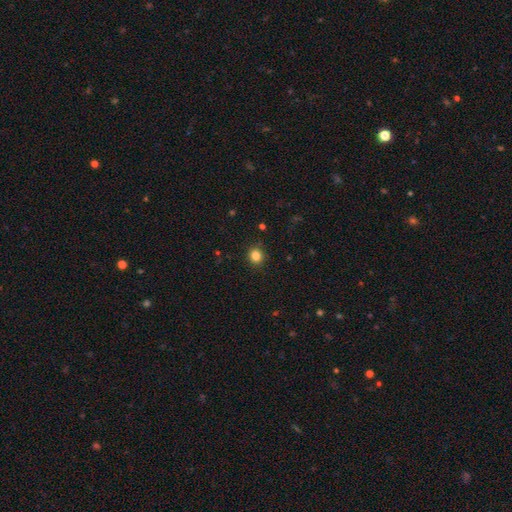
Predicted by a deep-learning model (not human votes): smooth 83%, star or artifact 12%, featured or disk 5%. Down the decision tree: how rounded — round (87%); merging — none (90%).